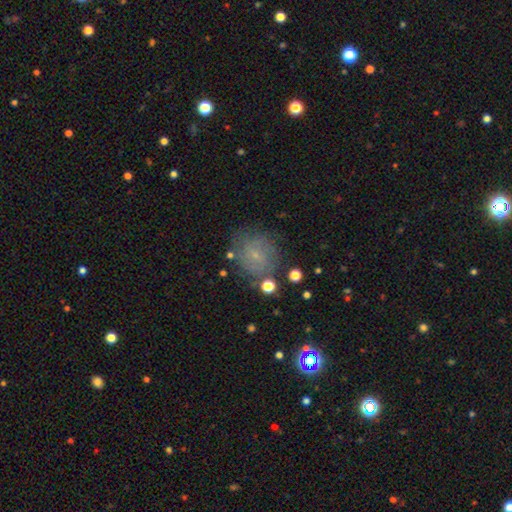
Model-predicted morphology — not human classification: Smooth or featured? Predicted: smooth (p=0.46). Merging? Predicted: none (p=0.73).